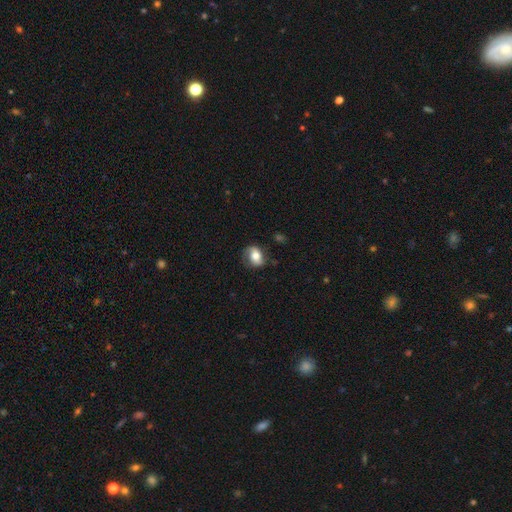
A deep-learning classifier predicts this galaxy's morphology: Q: Smooth or featured?
A: smooth (50%); runner-up: featured or disk (42%)
Q: How rounded?
A: in between (62%); runner-up: round (37%)
Q: Merging?
A: none (60%); runner-up: minor disturbance (25%)